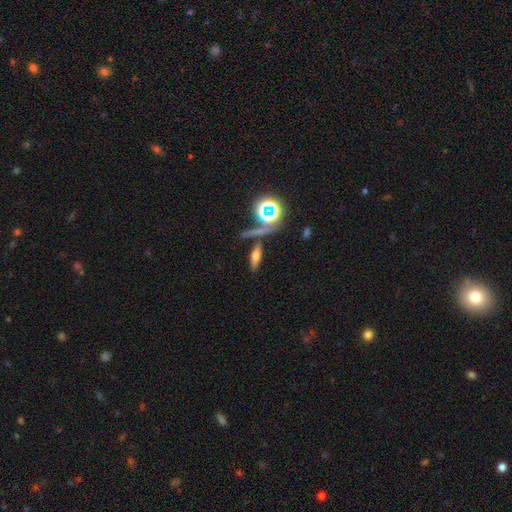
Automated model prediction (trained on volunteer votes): Smooth or featured?
  - smooth: 52% *
  - featured or disk: 27%
  - star or artifact: 21%
How rounded?
  - cigar-shaped: 55% *
  - in between: 37%
  - round: 9%
Merging?
  - none: 70% *
  - merger: 13%
  - minor disturbance: 12%
  - major disturbance: 6%